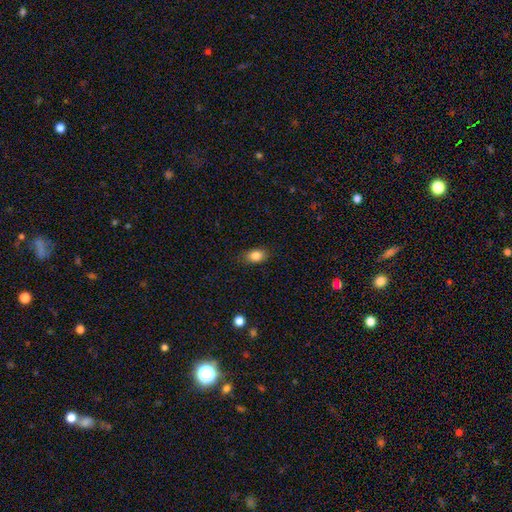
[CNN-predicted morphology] smooth-or-featured: smooth: 85% | star or artifact: 9% | featured or disk: 7%
  how-rounded: in between: 80% | round: 18% | cigar-shaped: 2%
  merging: none: 83% | minor disturbance: 13% | major disturbance: 3% | merger: 1%